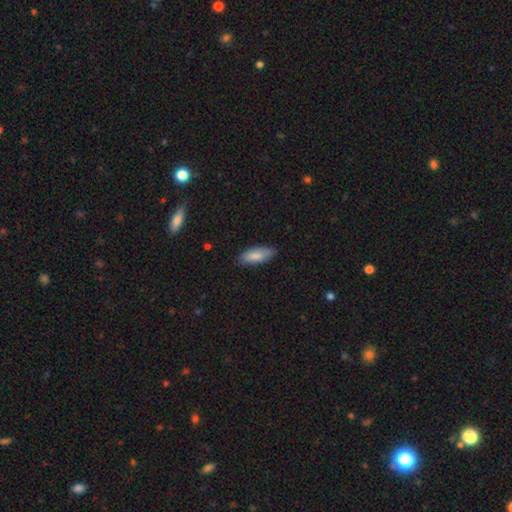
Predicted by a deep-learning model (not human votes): smooth_or_featured: smooth (p=0.83) [alt: featured or disk p=0.11]
how_rounded: in between (p=0.76) [alt: cigar-shaped p=0.22]
merging: none (p=0.80) [alt: minor disturbance p=0.16]